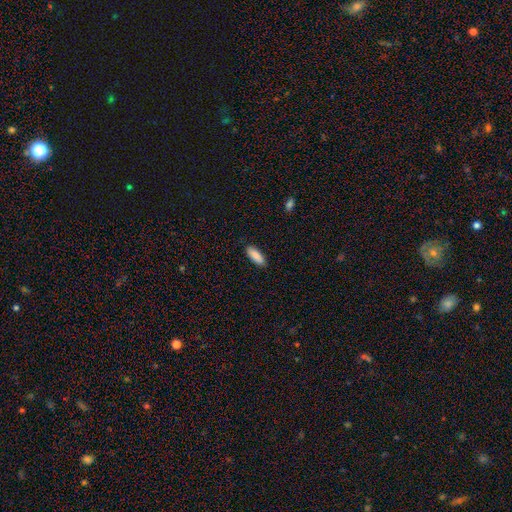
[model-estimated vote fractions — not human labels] Smooth or featured? smooth (90%)
How rounded? in between (70%)
Merging? none (88%)